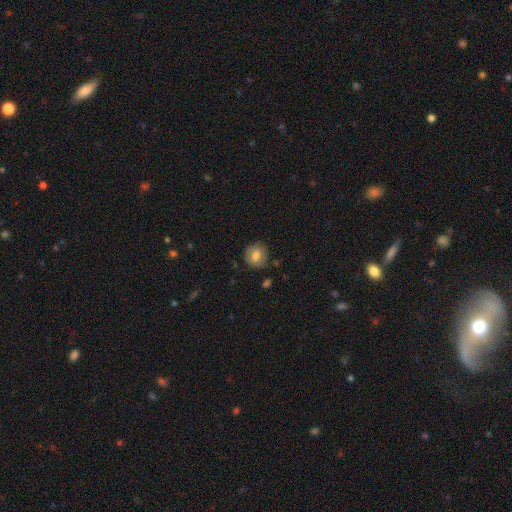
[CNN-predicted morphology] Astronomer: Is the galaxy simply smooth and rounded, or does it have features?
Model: smooth — 76%.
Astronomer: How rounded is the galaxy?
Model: round — 81%.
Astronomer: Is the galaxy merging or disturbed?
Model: none — 81%.